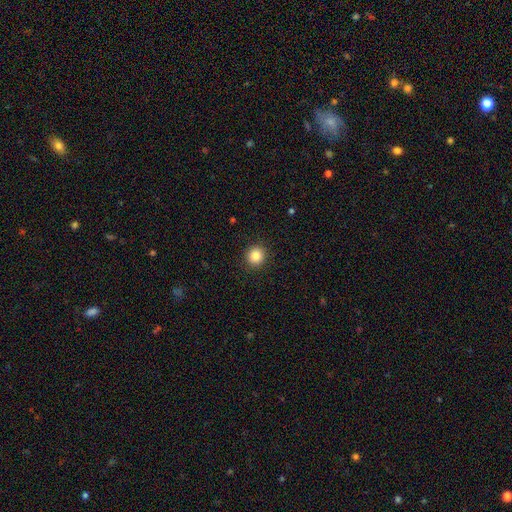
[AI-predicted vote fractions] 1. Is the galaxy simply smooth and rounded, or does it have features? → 85% smooth, 10% star or artifact, 5% featured or disk.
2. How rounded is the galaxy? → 92% round, 7% in between, 1% cigar-shaped.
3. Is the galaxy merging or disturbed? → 92% none, 5% minor disturbance, 2% major disturbance, 1% merger.